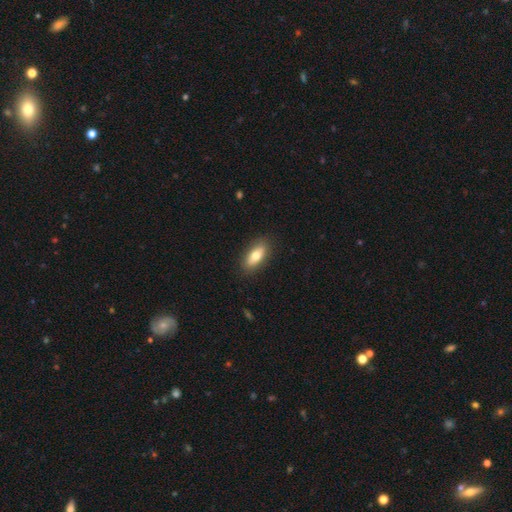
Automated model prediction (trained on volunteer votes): A smooth galaxy with no disk features (75%) that is in between round and cigar-shaped (79%).

Vote fractions:
- Smooth or featured? smooth: 75% / featured or disk: 19% / star or artifact: 6%
- How rounded? in between: 79% / cigar-shaped: 18% / round: 3%
- Merging? none: 87% / minor disturbance: 10% / major disturbance: 2% / merger: 1%